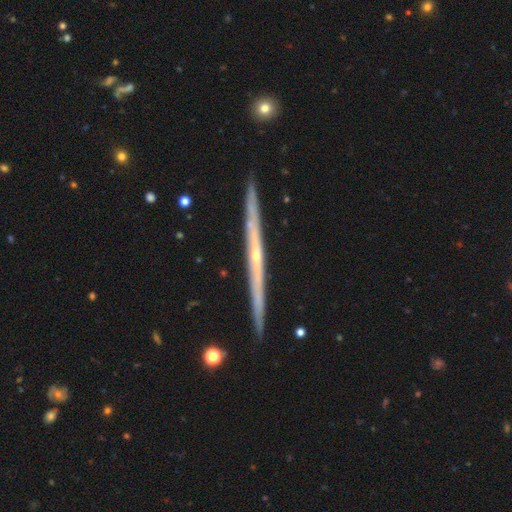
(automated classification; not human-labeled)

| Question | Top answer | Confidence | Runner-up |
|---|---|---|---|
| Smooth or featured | featured or disk | 81% | smooth (13%) |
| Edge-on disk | yes | 98% | no (2%) |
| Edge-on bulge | none | 53% | rounded (44%) |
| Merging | none | 91% | minor disturbance (6%) |